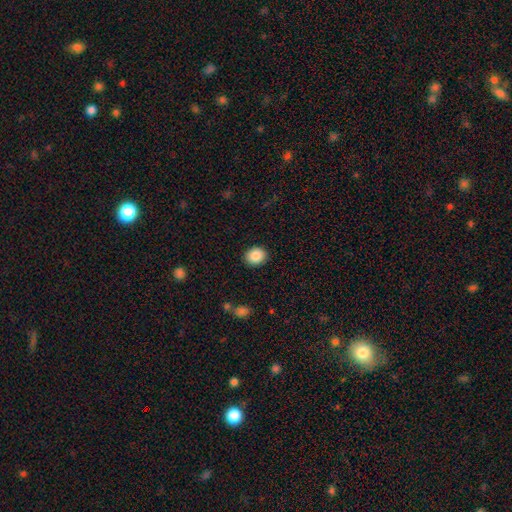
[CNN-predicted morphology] smooth-or-featured: smooth: 88% | star or artifact: 8% | featured or disk: 4%
  how-rounded: round: 67% | in between: 32% | cigar-shaped: 1%
  merging: none: 90% | minor disturbance: 7% | major disturbance: 2% | merger: 1%